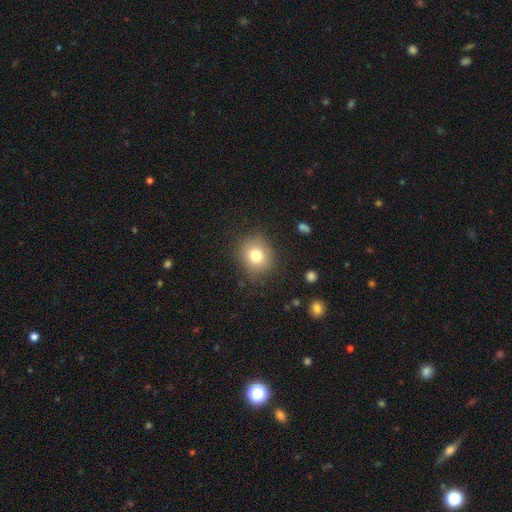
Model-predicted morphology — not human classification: A smooth galaxy with no disk features (78%) that is round (74%).

Vote fractions:
- Smooth or featured? smooth: 78% / star or artifact: 11% / featured or disk: 10%
- How rounded? round: 74% / in between: 25% / cigar-shaped: 1%
- Merging? none: 83% / minor disturbance: 12% / major disturbance: 4% / merger: 1%